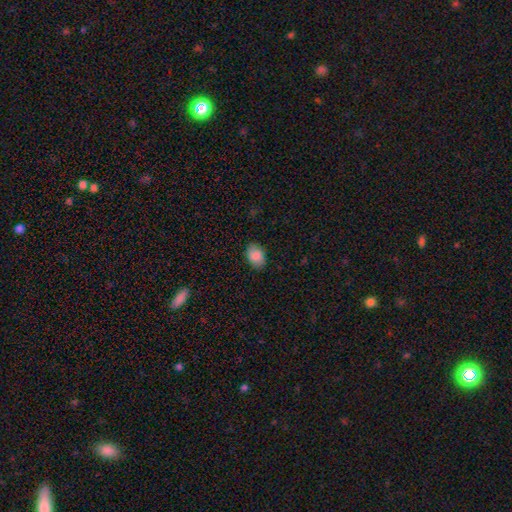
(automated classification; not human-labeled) The model was most divided on "how rounded": in between: 81%, round: 17%, cigar-shaped: 1%. More confident: smooth or featured — smooth (87%); merging — none (84%).